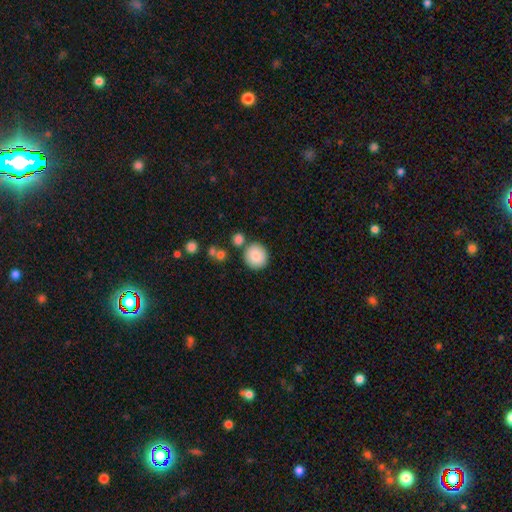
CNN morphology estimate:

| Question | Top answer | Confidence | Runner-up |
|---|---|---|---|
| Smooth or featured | smooth | 85% | star or artifact (8%) |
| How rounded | round | 92% | in between (7%) |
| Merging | none | 80% | merger (9%) |